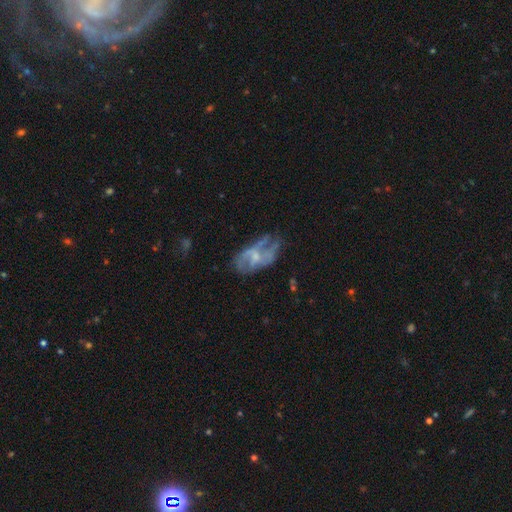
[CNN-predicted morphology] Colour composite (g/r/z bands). It shows a featured or disk galaxy (67%) with no bar (61%), spiral arms (53%) and a small central bulge (48%). Merging: none (37%).